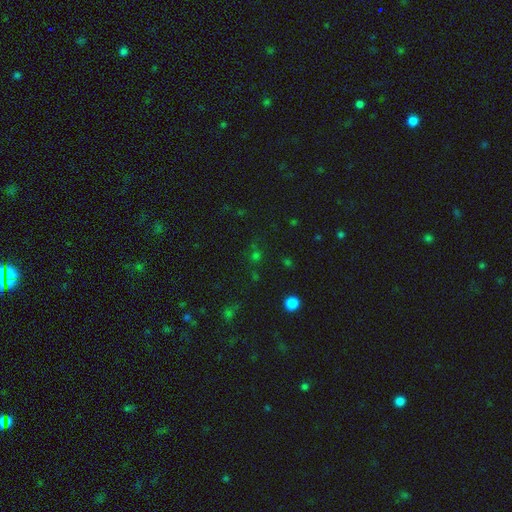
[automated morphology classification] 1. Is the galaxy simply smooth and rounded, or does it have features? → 49% star or artifact, 43% smooth, 8% featured or disk.